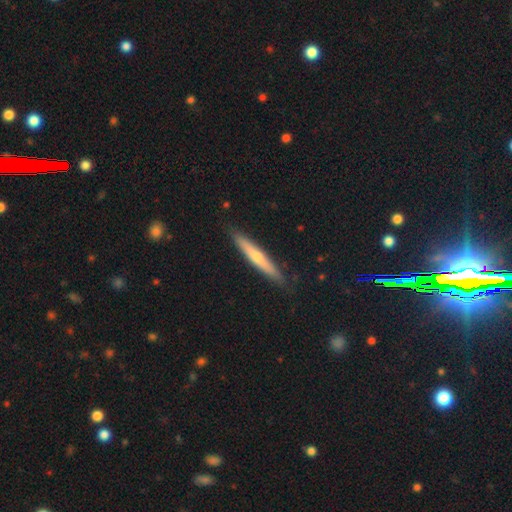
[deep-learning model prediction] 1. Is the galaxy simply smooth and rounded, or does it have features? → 51% featured or disk, 42% smooth, 7% star or artifact.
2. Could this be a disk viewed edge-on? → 94% yes, 6% no.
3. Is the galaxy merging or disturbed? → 89% none, 8% minor disturbance, 1% major disturbance, 1% merger.